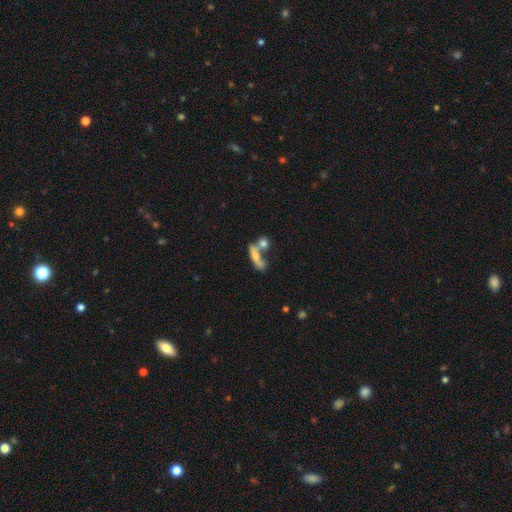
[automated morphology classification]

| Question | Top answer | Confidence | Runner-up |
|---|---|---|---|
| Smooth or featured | smooth | 57% | featured or disk (34%) |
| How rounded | cigar-shaped | 48% | in between (42%) |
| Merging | merger | 48% | none (32%) |